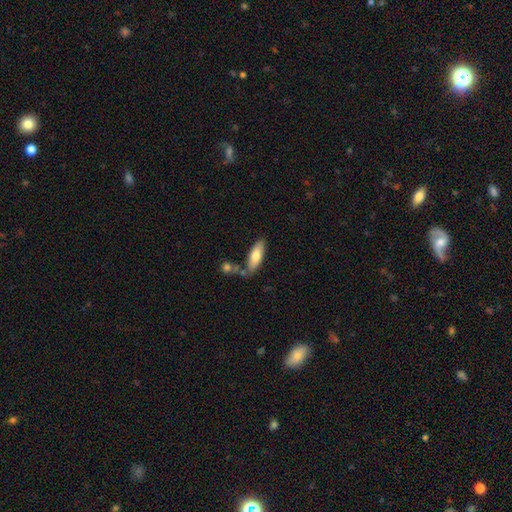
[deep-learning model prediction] smooth 74%, featured or disk 20%, star or artifact 6%. Down the decision tree: how rounded — in between (60%); merging — none (69%).